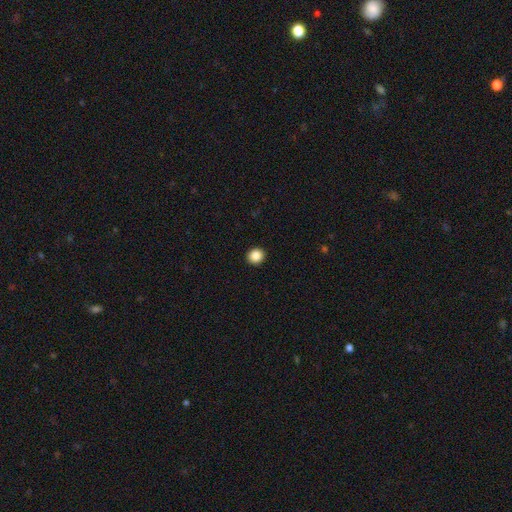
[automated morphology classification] Smooth or featured?
  - smooth: 87% *
  - star or artifact: 10%
  - featured or disk: 3%
How rounded?
  - round: 87% *
  - in between: 12%
  - cigar-shaped: 1%
Merging?
  - none: 93% *
  - minor disturbance: 5%
  - major disturbance: 1%
  - merger: 1%